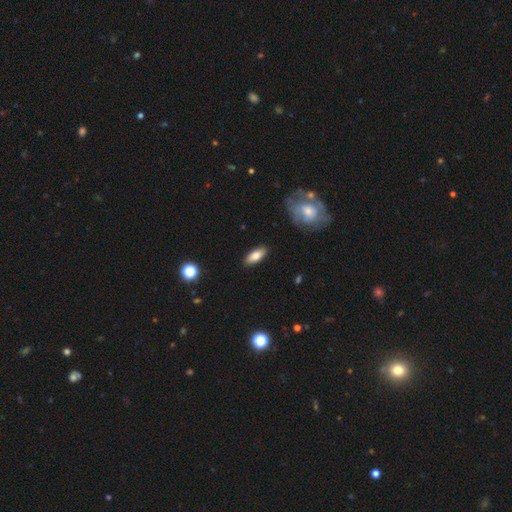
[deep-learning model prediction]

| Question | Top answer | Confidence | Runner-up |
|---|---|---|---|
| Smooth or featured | smooth | 77% | featured or disk (17%) |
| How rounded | in between | 78% | cigar-shaped (19%) |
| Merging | none | 88% | minor disturbance (9%) |